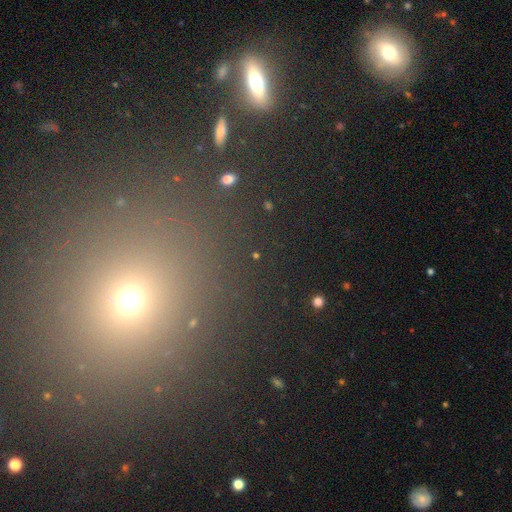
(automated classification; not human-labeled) Morphology: type=star or artifact (57%).